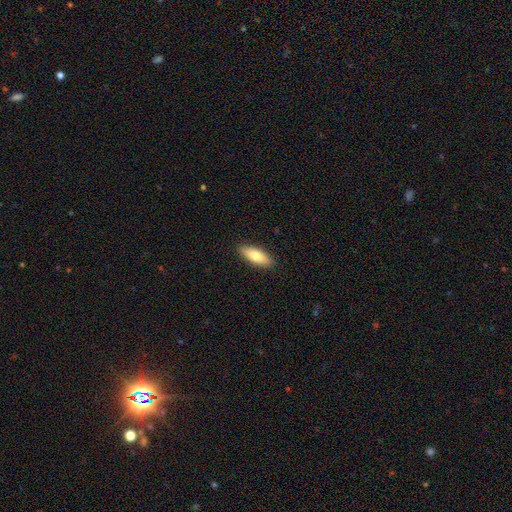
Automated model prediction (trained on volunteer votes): smooth-or-featured: smooth: 78% | featured or disk: 16% | star or artifact: 6%
  how-rounded: in between: 69% | cigar-shaped: 29% | round: 2%
  merging: none: 90% | minor disturbance: 8% | major disturbance: 2% | merger: 1%